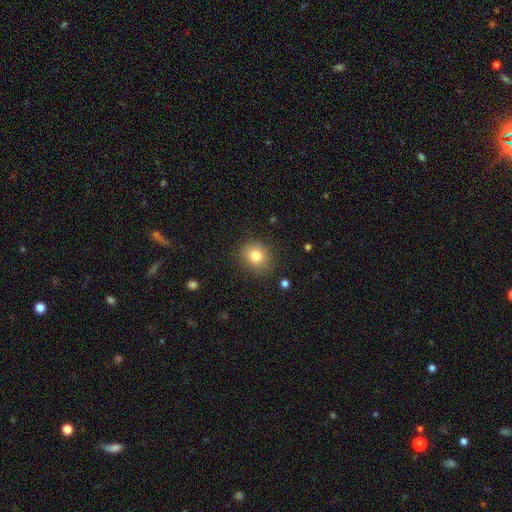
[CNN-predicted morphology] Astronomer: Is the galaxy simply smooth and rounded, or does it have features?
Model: smooth — 81%.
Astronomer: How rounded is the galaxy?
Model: round — 72%.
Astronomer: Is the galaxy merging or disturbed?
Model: none — 85%.